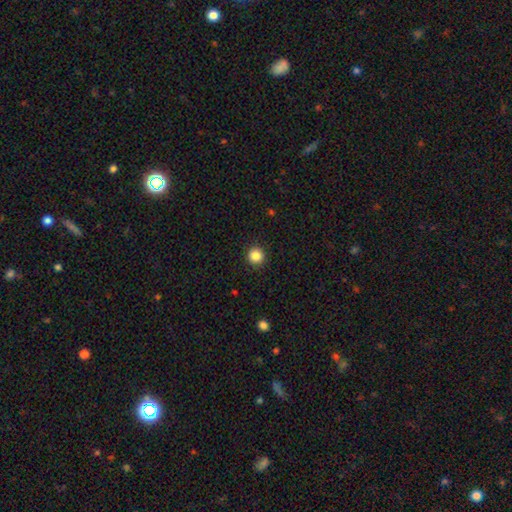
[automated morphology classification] smooth_or_featured: smooth (p=0.86) [alt: star or artifact p=0.11]
how_rounded: round (p=0.95) [alt: in between p=0.04]
merging: none (p=0.93) [alt: minor disturbance p=0.05]